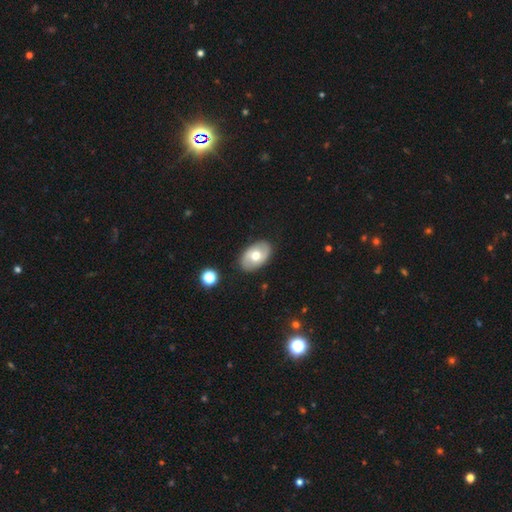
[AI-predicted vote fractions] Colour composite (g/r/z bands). It shows a smooth galaxy with no disk features (53%) that is in between round and cigar-shaped (88%). Merging: none (87%).